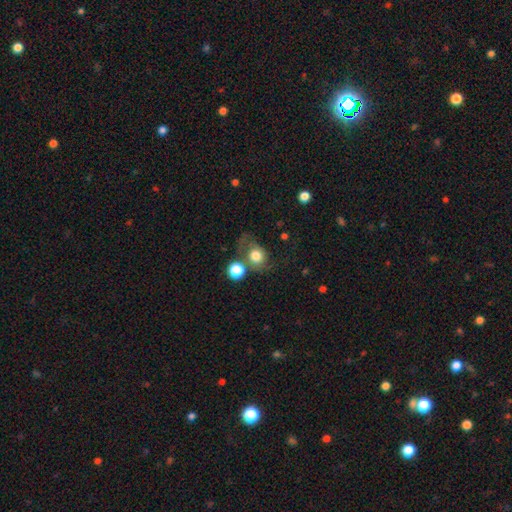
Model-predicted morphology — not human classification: Smooth or featured? Predicted: smooth (p=0.67). How rounded? Predicted: round (p=0.69). Merging? Predicted: none (p=0.39).